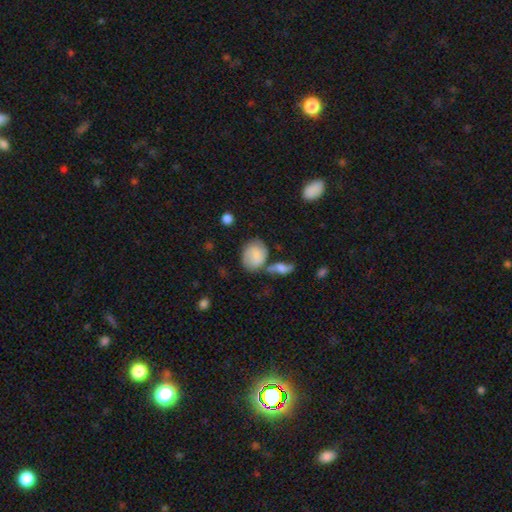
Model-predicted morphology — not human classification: Smooth or featured? smooth (61%)
How rounded? in between (58%)
Merging? none (53%)